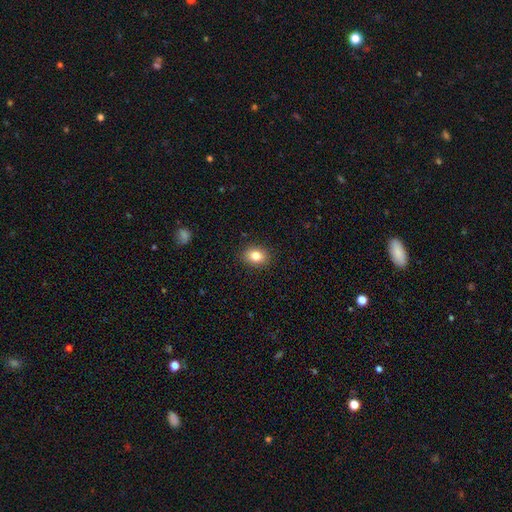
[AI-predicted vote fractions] Smooth or featured? Predicted: smooth (p=0.82). How rounded? Predicted: in between (p=0.56). Merging? Predicted: none (p=0.89).